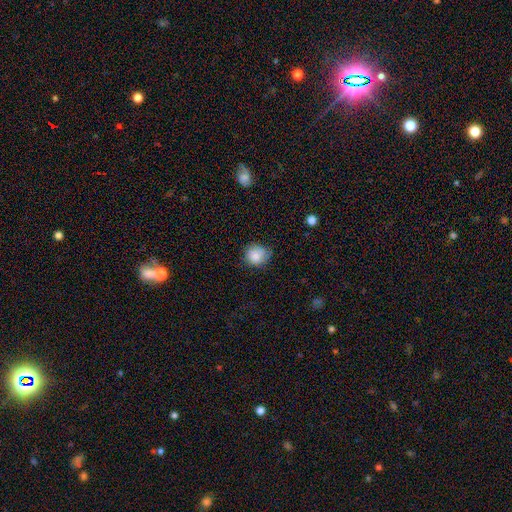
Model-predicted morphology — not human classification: smooth_or_featured: smooth (p=0.84) [alt: featured or disk p=0.08]
how_rounded: round (p=0.79) [alt: in between p=0.20]
merging: none (p=0.59) [alt: minor disturbance p=0.32]